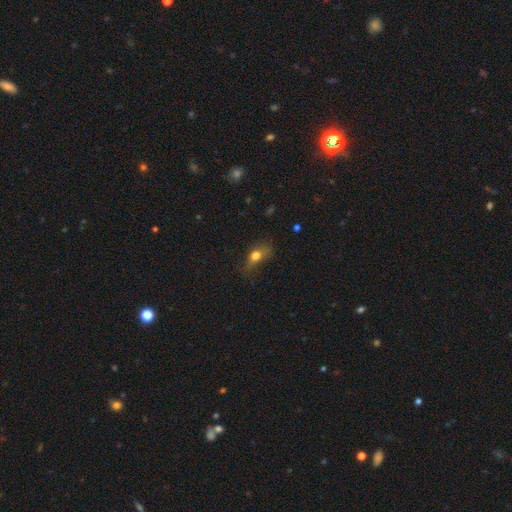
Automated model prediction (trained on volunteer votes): Smooth or featured: smooth — 68% (featured or disk — 19%)
How rounded: in between — 68% (round — 24%)
Merging: none — 38% (minor disturbance — 30%)